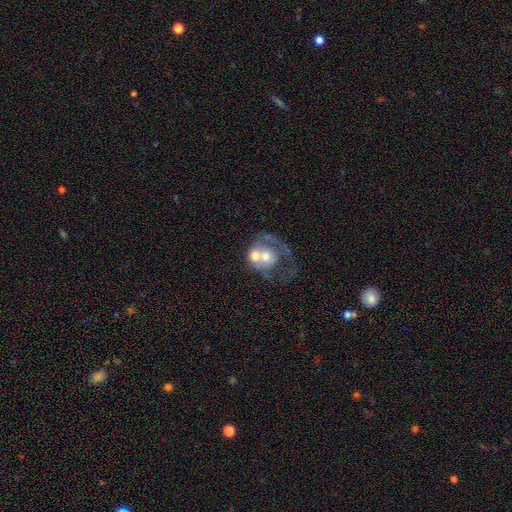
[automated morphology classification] The model was most divided on "smooth or featured": featured or disk: 49%, smooth: 43%, star or artifact: 8%. More confident: merging — merger (61%).